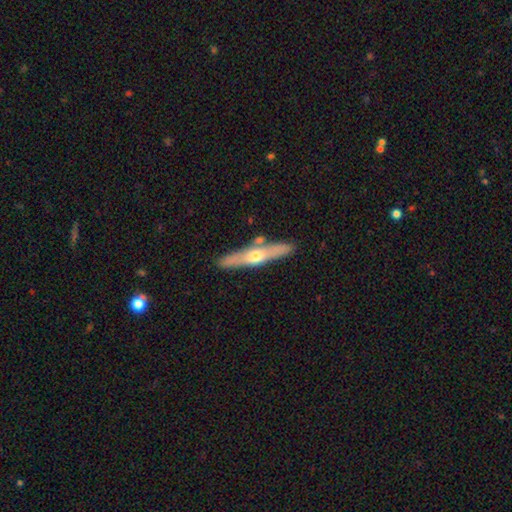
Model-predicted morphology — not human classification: featured or disk 57%, smooth 37%, star or artifact 5%. Down the decision tree: edge-on disk — yes (90%); edge-on bulge — rounded (90%); merging — none (80%).